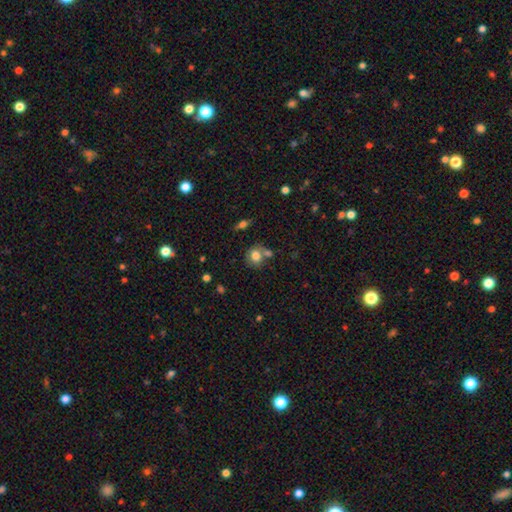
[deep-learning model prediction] smooth-or-featured: smooth: 80% | featured or disk: 11% | star or artifact: 10%
  how-rounded: round: 69% | in between: 30% | cigar-shaped: 1%
  merging: none: 58% | merger: 24% | minor disturbance: 14% | major disturbance: 4%